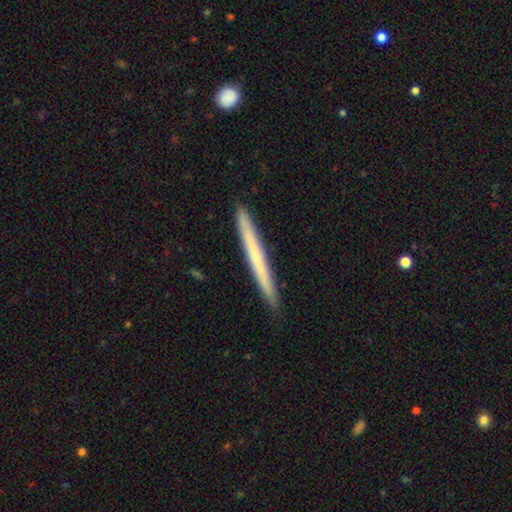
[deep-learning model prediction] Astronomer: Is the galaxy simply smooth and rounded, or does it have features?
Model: smooth — 53% (runner-up: featured or disk, 41%).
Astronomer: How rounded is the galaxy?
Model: cigar-shaped — 97%.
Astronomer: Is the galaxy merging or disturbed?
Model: none — 91%.